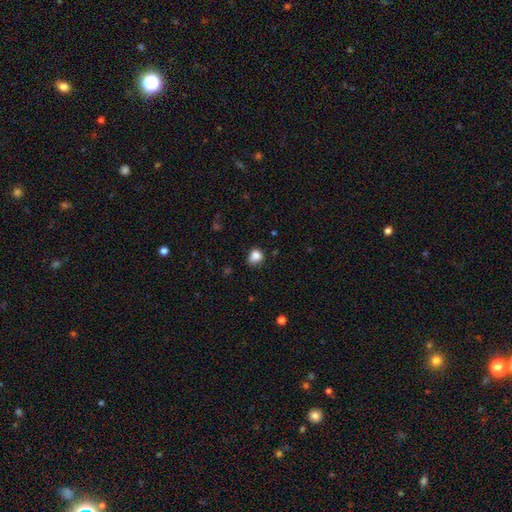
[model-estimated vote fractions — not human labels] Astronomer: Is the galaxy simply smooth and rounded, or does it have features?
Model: smooth — 84%.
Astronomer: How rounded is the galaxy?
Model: round — 60% (runner-up: in between, 39%).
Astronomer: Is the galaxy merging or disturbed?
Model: none — 60%.